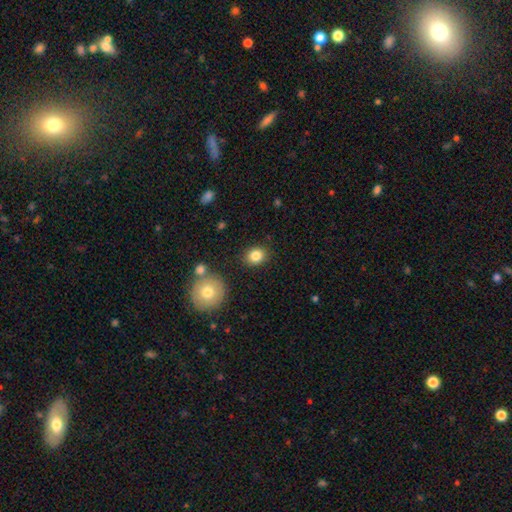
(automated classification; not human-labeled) The model was most divided on "how rounded": round: 61%, in between: 39%, cigar-shaped: 1%. More confident: merging — none (85%); smooth or featured — smooth (83%).